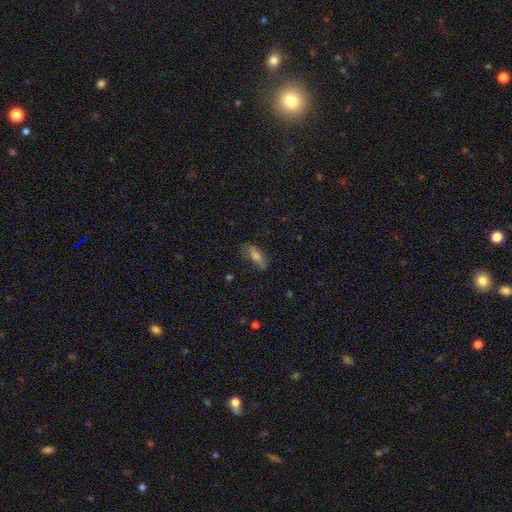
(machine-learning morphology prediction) This is likely a smooth galaxy (66%). How rounded: likely in between (70%). Merging: likely none (72%).